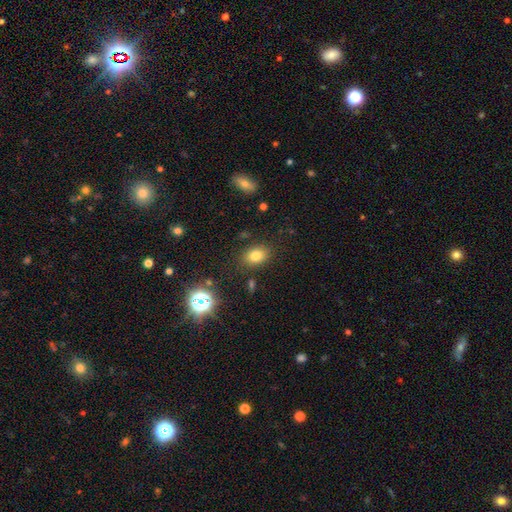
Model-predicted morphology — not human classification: Q: Smooth or featured?
A: smooth (77%); runner-up: star or artifact (14%)
Q: How rounded?
A: in between (72%); runner-up: round (27%)
Q: Merging?
A: none (83%); runner-up: minor disturbance (10%)